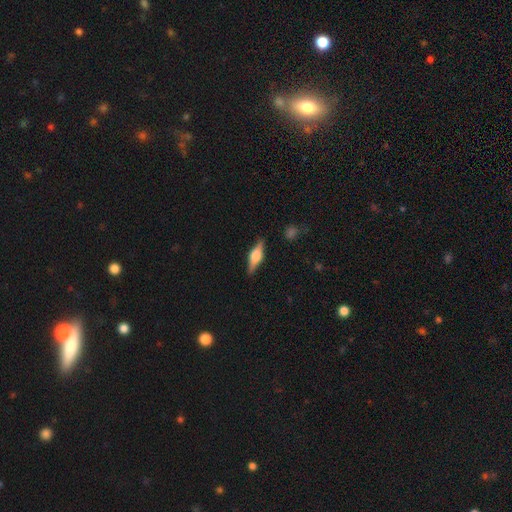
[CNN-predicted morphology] Smooth or featured? Predicted: featured or disk (p=0.67). Edge-on disk? Predicted: yes (p=0.96). Edge-on bulge? Predicted: rounded (p=0.90). Merging? Predicted: none (p=0.87).